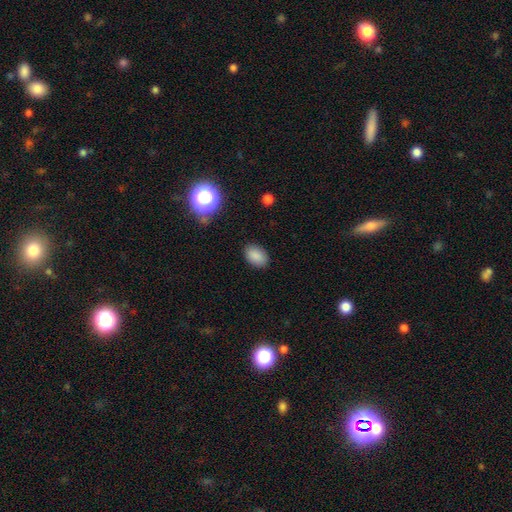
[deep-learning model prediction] Smooth or featured: smooth — 86% (star or artifact — 10%)
How rounded: in between — 85% (round — 14%)
Merging: none — 85% (minor disturbance — 11%)